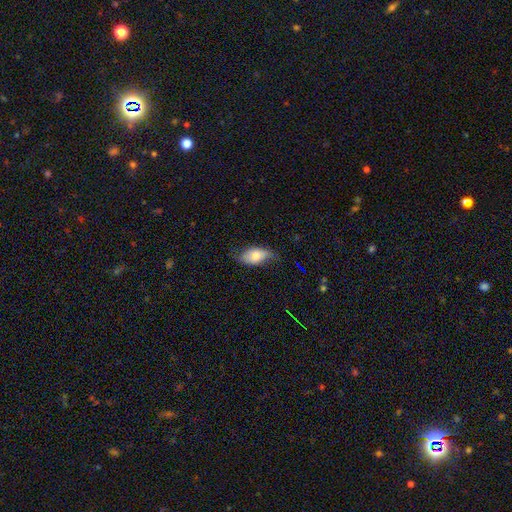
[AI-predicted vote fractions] smooth 69%, featured or disk 24%, star or artifact 7%. Down the decision tree: how rounded — in between (91%); merging — none (58%).